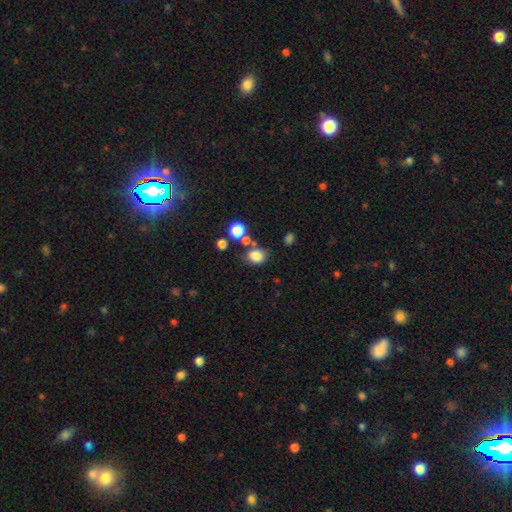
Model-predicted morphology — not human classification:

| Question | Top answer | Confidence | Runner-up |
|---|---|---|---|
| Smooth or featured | smooth | 81% | star or artifact (12%) |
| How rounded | in between | 54% | round (45%) |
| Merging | none | 64% | merger (16%) |